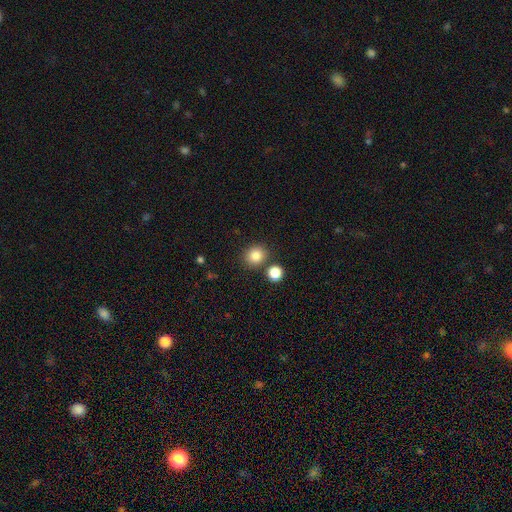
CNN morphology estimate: This is clearly a smooth galaxy (84%). How rounded: clearly round (80%). Merging: likely none (77%).